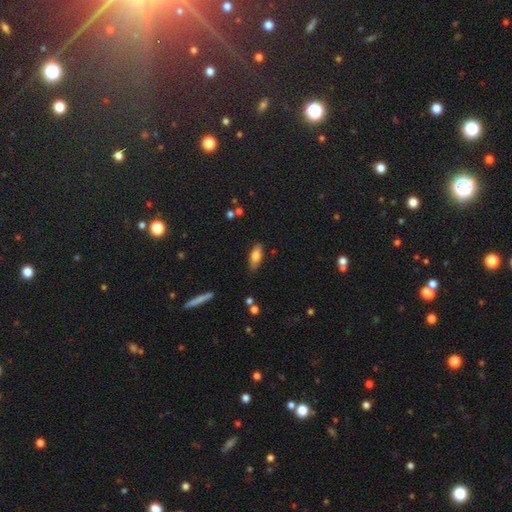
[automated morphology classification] Smooth or featured? smooth (76%)
How rounded? in between (78%)
Merging? none (81%)